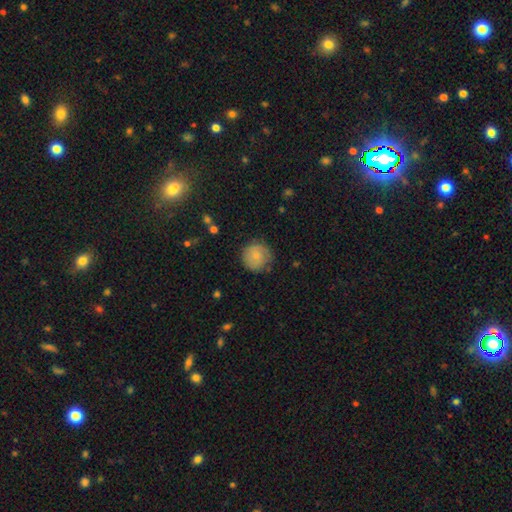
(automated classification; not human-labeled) Overall: smooth (73%). How rounded: round (93%). Merging: none (76%).